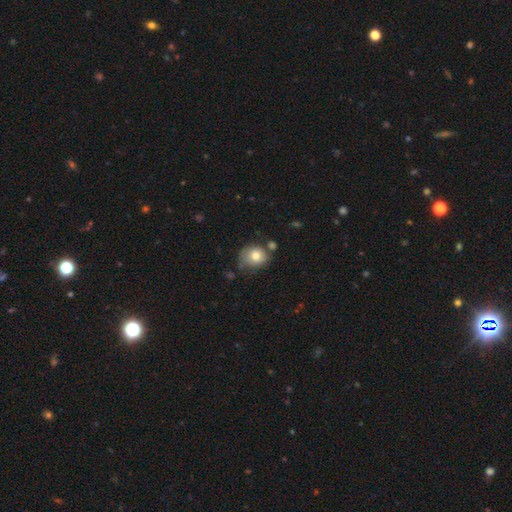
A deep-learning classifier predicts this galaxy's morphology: Smooth or featured? Predicted: smooth (p=0.78). How rounded? Predicted: round (p=0.71). Merging? Predicted: none (p=0.58).